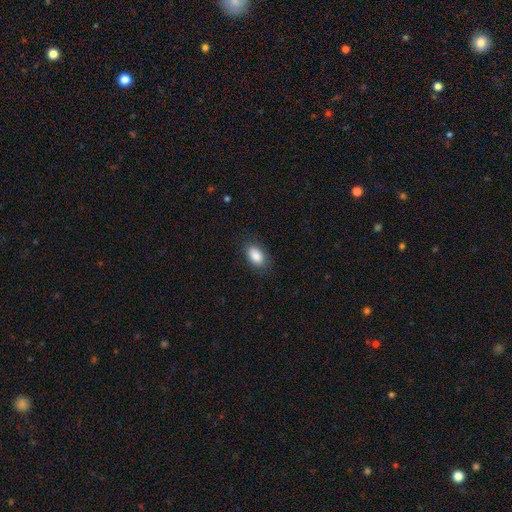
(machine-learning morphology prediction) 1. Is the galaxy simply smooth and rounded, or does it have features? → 88% smooth, 7% star or artifact, 5% featured or disk.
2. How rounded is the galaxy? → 90% in between, 8% round, 2% cigar-shaped.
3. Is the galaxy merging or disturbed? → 83% none, 13% minor disturbance, 3% major disturbance, 1% merger.